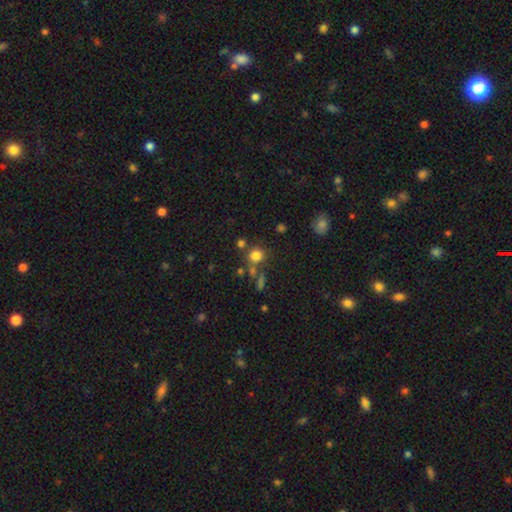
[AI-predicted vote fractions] Smooth or featured: smooth — 77% (star or artifact — 16%)
How rounded: round — 84% (in between — 14%)
Merging: none — 67% (merger — 17%)